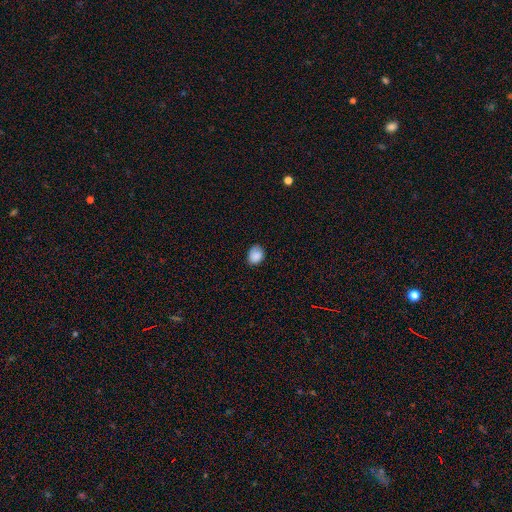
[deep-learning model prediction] smooth-or-featured: smooth: 87% | star or artifact: 8% | featured or disk: 4%
  how-rounded: in between: 58% | round: 41% | cigar-shaped: 1%
  merging: none: 75% | minor disturbance: 21% | major disturbance: 3% | merger: 1%